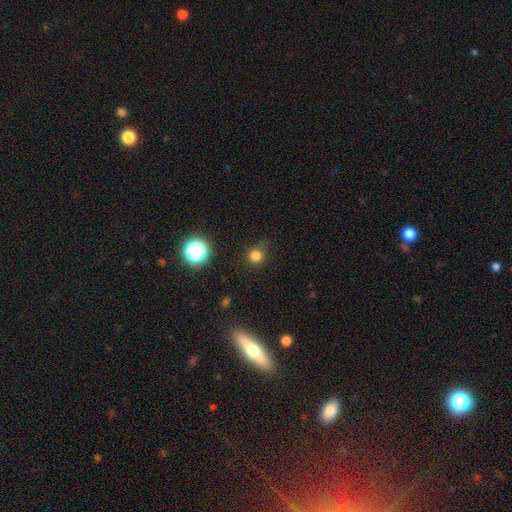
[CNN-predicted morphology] smooth_or_featured: smooth (p=0.77) [alt: star or artifact p=0.18]
how_rounded: round (p=0.93) [alt: in between p=0.06]
merging: none (p=0.77) [alt: minor disturbance p=0.15]